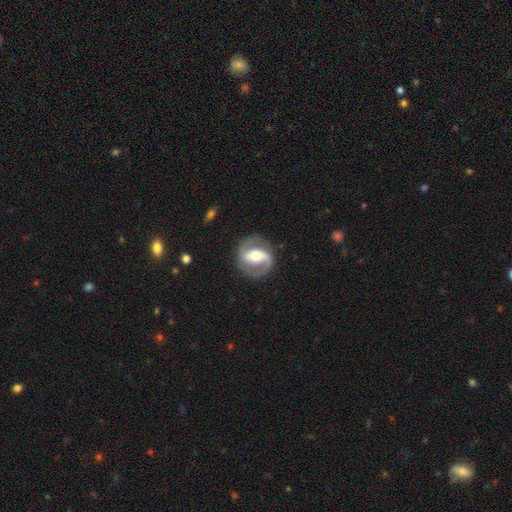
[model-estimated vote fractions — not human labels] Smooth or featured?
  - featured or disk: 84% *
  - smooth: 11%
  - star or artifact: 5%
Edge-on disk?
  - no: 97% *
  - yes: 3%
Bar?
  - strong: 43% *
  - weak: 35%
  - no: 22%
Spiral arms?
  - yes: 92% *
  - no: 8%
Spiral winding?
  - medium: 53% *
  - tight: 28%
  - loose: 19%
Spiral arm count?
  - 2: 91% *
  - 1: 3%
  - can't tell: 3%
  - 3: 1%
  - 4: 1%
  - more than 4: 1%
Bulge size?
  - moderate: 64% *
  - large: 17%
  - small: 16%
  - dominant: 2%
  - none: 1%
Merging?
  - none: 83% *
  - minor disturbance: 11%
  - major disturbance: 5%
  - merger: 1%